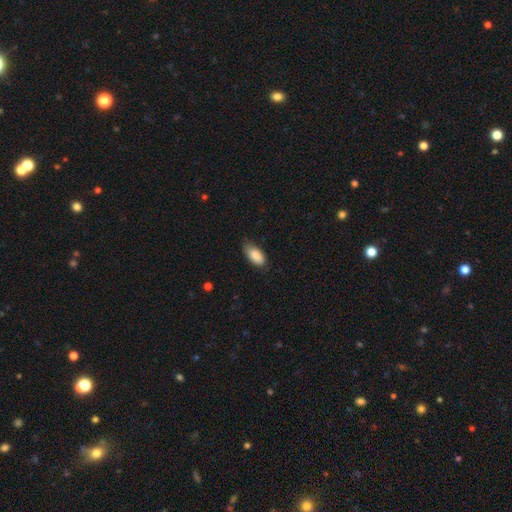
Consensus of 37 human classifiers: This is clearly a smooth galaxy (89%). How rounded: clearly in between (91%). Merging: likely none (71%).